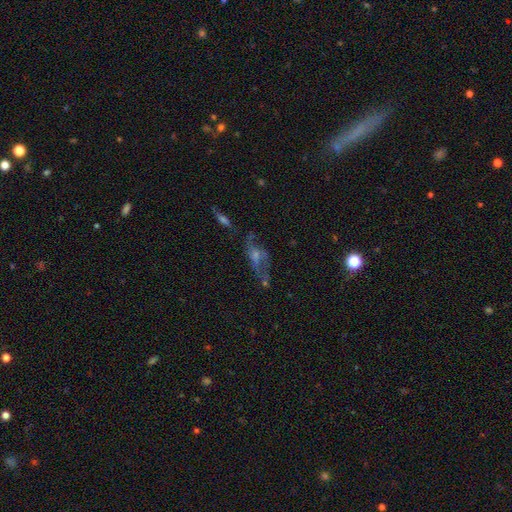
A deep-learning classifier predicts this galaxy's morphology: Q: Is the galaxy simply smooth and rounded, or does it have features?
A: featured or disk — 59%.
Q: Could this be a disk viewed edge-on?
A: no — 84%.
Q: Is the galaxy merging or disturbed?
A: none — 49%.